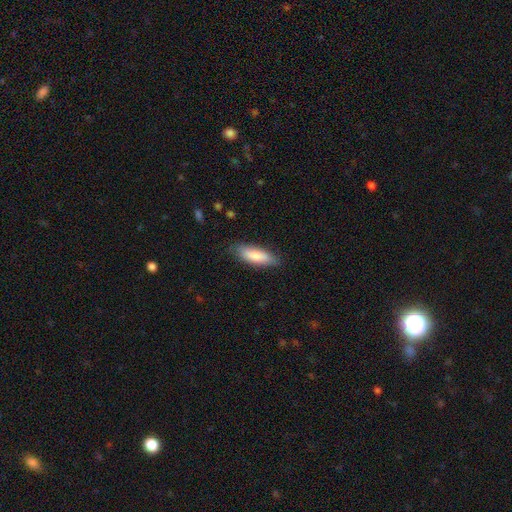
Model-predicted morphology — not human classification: This is clearly a smooth galaxy (85%). How rounded: possibly in between (56%). Merging: clearly none (83%).